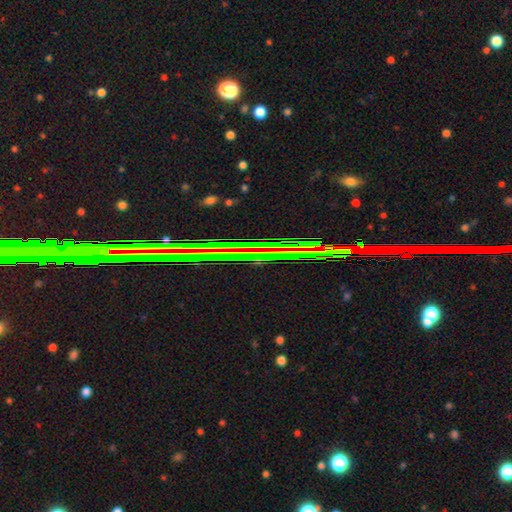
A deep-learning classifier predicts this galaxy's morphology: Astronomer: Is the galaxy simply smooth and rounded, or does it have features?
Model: star or artifact — 82%.